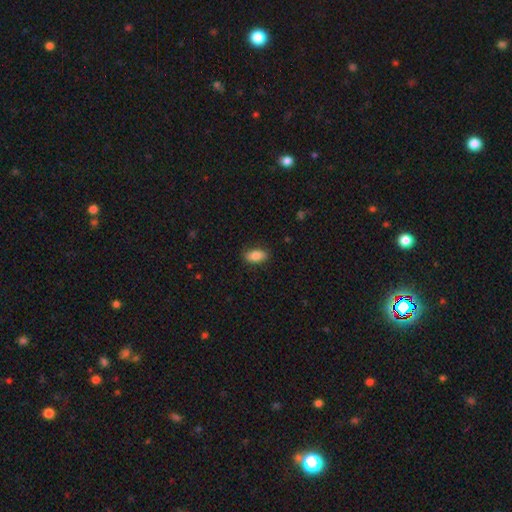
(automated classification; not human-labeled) Overall: smooth (84%). How rounded: in between (91%). Merging: none (86%).